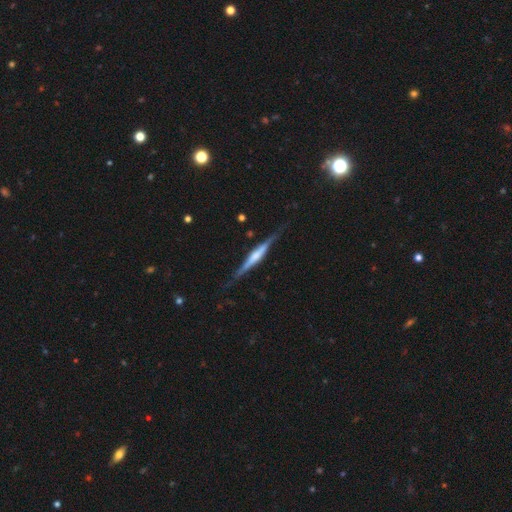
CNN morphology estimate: Smooth or featured? Predicted: featured or disk (p=0.74). Edge-on disk? Predicted: yes (p=0.97). Edge-on bulge? Predicted: rounded (p=0.52). Merging? Predicted: none (p=0.81).